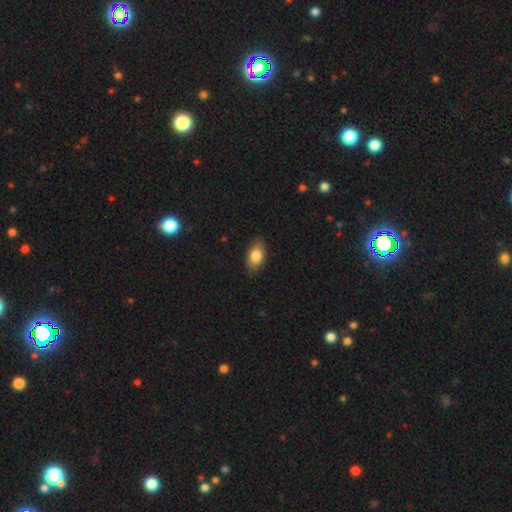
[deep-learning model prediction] Smooth or featured: smooth — 83% (featured or disk — 10%)
How rounded: in between — 90% (round — 8%)
Merging: none — 85% (minor disturbance — 12%)